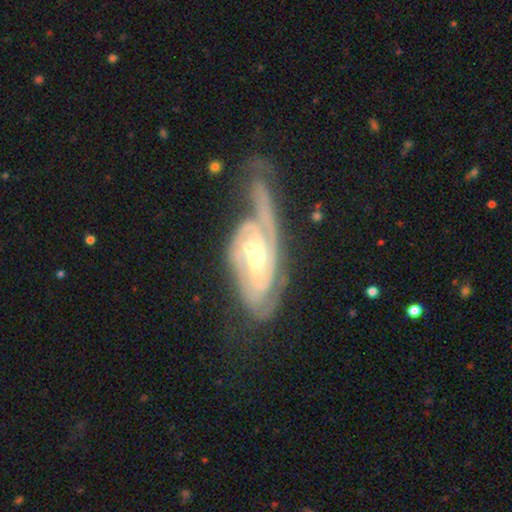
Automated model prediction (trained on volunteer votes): Overall: featured or disk (89%). Edge-on disk: no (93%). Bar: weak (43%; no 29%). Spiral arms: yes (96%). Spiral arm count: 2 (45%; can't tell 22%). Spiral winding: tight (66%; medium 28%). Bulge size: moderate (55%; small 40%). Merging: none (47%; minor disturbance 26%).